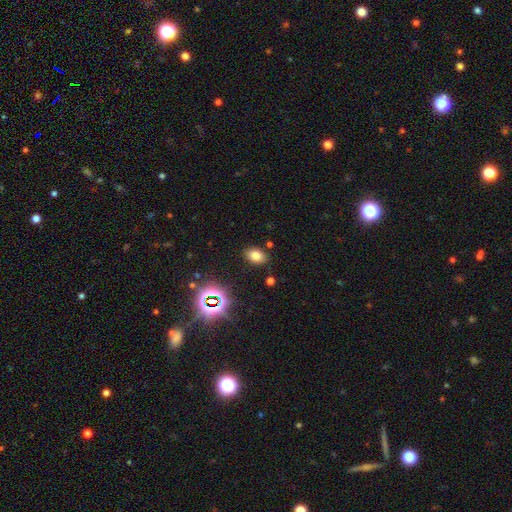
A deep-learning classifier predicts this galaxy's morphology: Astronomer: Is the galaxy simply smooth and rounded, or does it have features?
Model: smooth — 73%.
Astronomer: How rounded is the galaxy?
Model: in between — 81%.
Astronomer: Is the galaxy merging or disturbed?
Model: none — 84%.